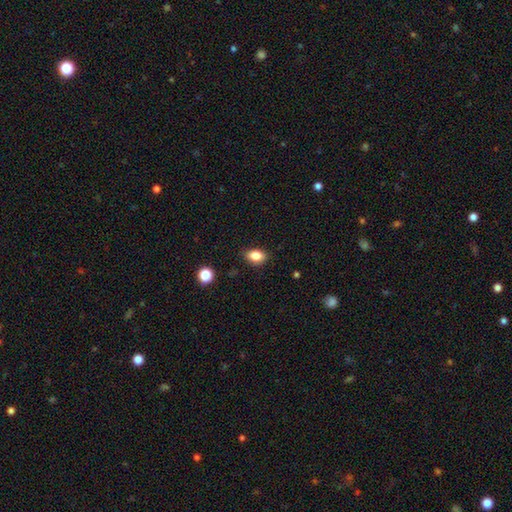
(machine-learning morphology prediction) This is clearly a smooth galaxy (83%). How rounded: clearly in between (81%). Merging: clearly none (85%).